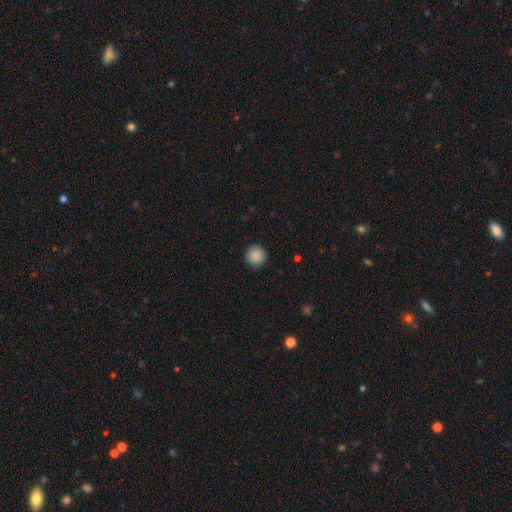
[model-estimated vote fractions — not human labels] A smooth galaxy with no disk features (89%) that is round (96%). Merging: none (92%).